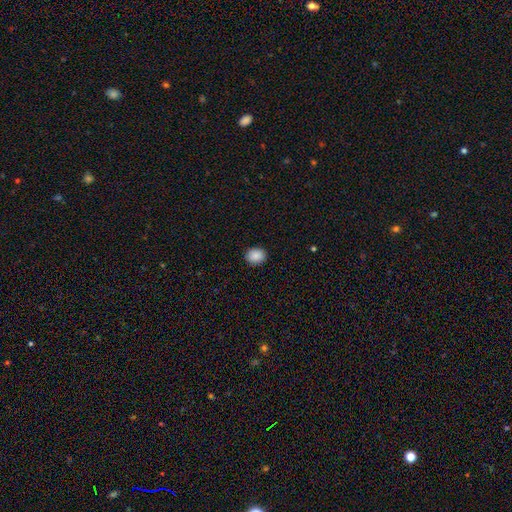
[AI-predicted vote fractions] Smooth or featured?
  - smooth: 89% *
  - star or artifact: 8%
  - featured or disk: 3%
How rounded?
  - round: 57% *
  - in between: 42%
  - cigar-shaped: 1%
Merging?
  - none: 89% *
  - minor disturbance: 8%
  - major disturbance: 2%
  - merger: 1%